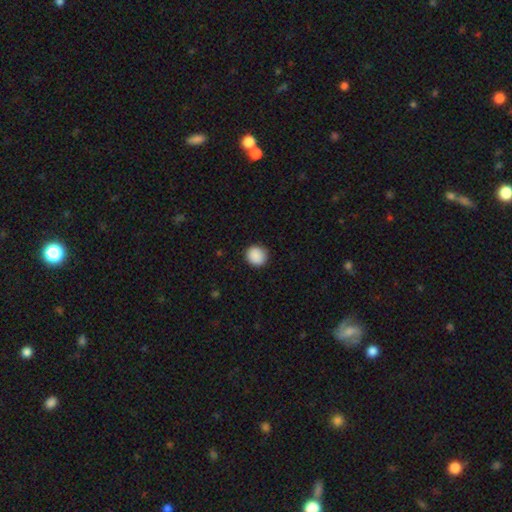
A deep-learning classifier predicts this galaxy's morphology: smooth 90%, star or artifact 8%, featured or disk 2%. Down the decision tree: how rounded — round (89%); merging — none (90%).